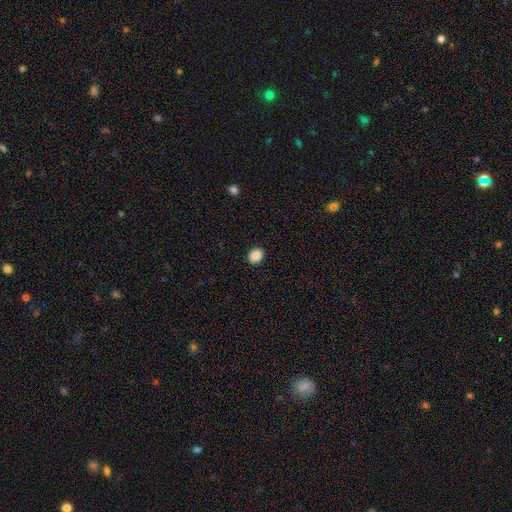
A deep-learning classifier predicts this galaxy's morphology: Q: Smooth or featured?
A: smooth (89%); runner-up: star or artifact (9%)
Q: How rounded?
A: round (54%); runner-up: in between (45%)
Q: Merging?
A: none (90%); runner-up: minor disturbance (7%)